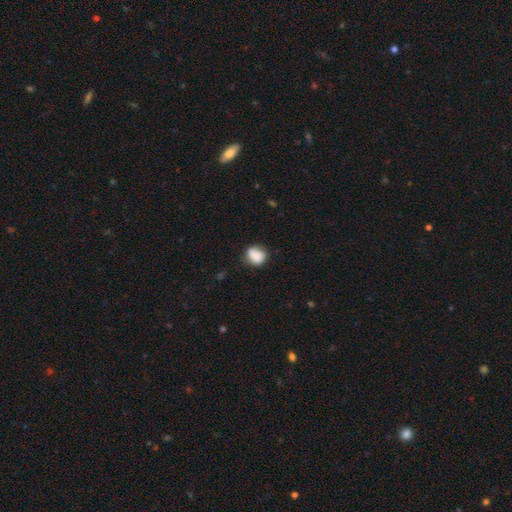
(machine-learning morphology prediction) A smooth galaxy with no disk features (83%) that is round (60%).

Vote fractions:
- Smooth or featured? smooth: 83% / star or artifact: 9% / featured or disk: 8%
- How rounded? round: 60% / in between: 39% / cigar-shaped: 1%
- Merging? none: 62% / minor disturbance: 25% / major disturbance: 7% / merger: 6%